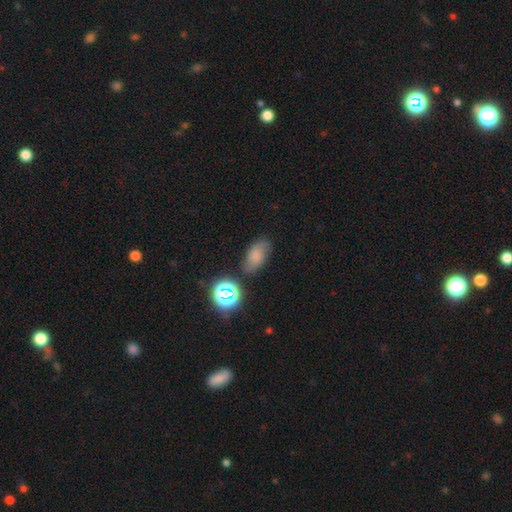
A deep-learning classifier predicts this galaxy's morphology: Smooth or featured: smooth — 56% (featured or disk — 26%)
How rounded: in between — 87% (round — 10%)
Merging: none — 70% (minor disturbance — 20%)